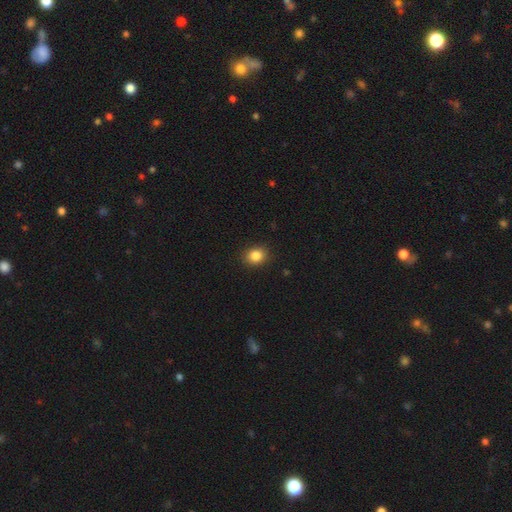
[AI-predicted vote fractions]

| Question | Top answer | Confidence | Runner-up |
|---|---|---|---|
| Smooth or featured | smooth | 85% | star or artifact (10%) |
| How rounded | round | 59% | in between (40%) |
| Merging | none | 89% | minor disturbance (8%) |